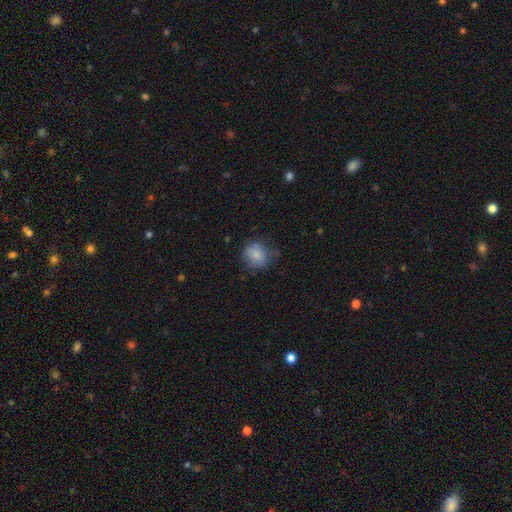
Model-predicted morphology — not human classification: This is clearly a smooth galaxy (82%). How rounded: likely round (79%). Merging: likely none (68%).